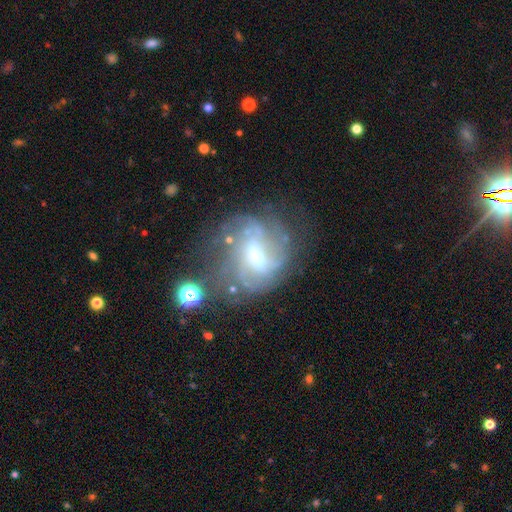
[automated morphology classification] featured or disk 71%, smooth 17%, star or artifact 12%. Down the decision tree: edge-on disk — no (96%); bar — weak (46%); spiral arms — yes (67%); bulge size — moderate (41%); merging — none (42%).